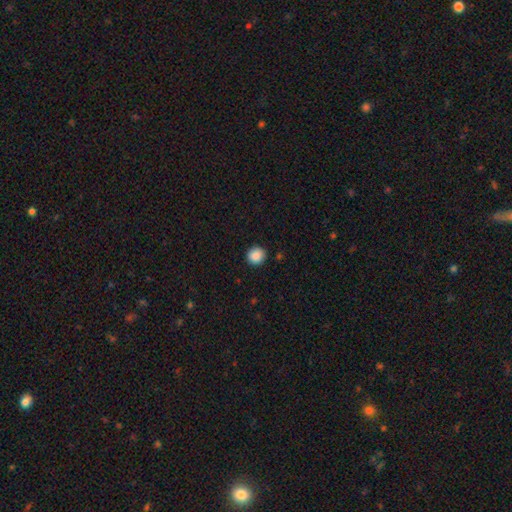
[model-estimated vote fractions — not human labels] Q: Smooth or featured?
A: smooth (89%); runner-up: star or artifact (9%)
Q: How rounded?
A: round (92%); runner-up: in between (7%)
Q: Merging?
A: none (92%); runner-up: minor disturbance (6%)